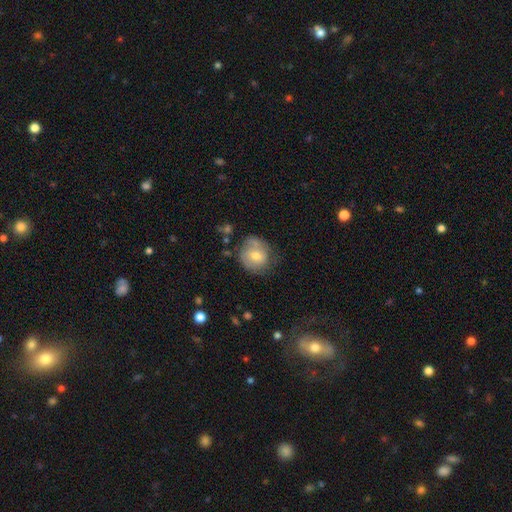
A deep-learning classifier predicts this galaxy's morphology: The model was most divided on "smooth or featured": smooth: 57%, featured or disk: 34%, star or artifact: 8%. More confident: how rounded — round (81%); merging — none (59%).